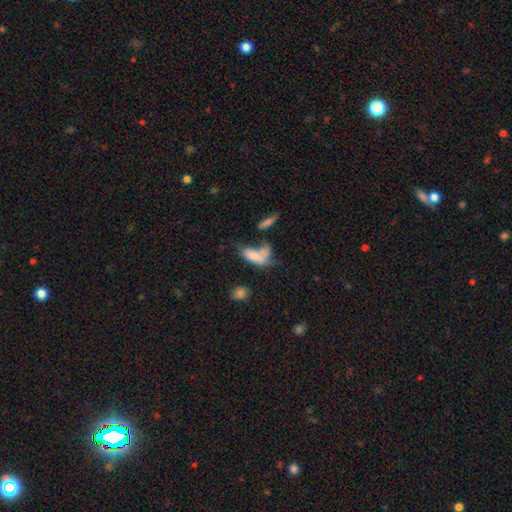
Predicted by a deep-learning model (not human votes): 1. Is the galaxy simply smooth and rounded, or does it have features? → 70% smooth, 20% featured or disk, 10% star or artifact.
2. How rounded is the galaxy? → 79% in between, 17% cigar-shaped, 4% round.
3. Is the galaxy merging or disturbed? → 38% merger, 23% none, 21% major disturbance, 18% minor disturbance.